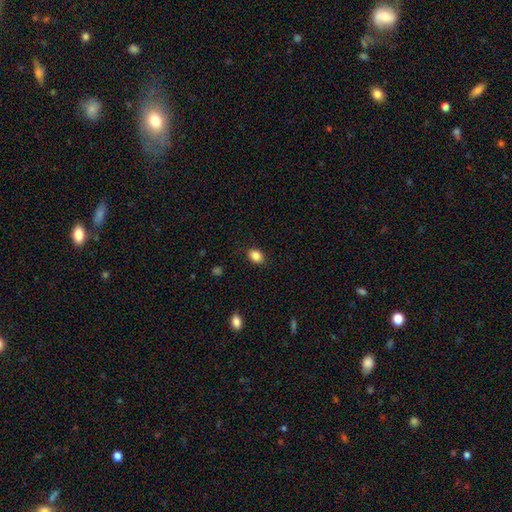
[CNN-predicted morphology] The model was most divided on "how rounded": in between: 68%, round: 31%, cigar-shaped: 1%. More confident: smooth or featured — smooth (86%); merging — none (86%).